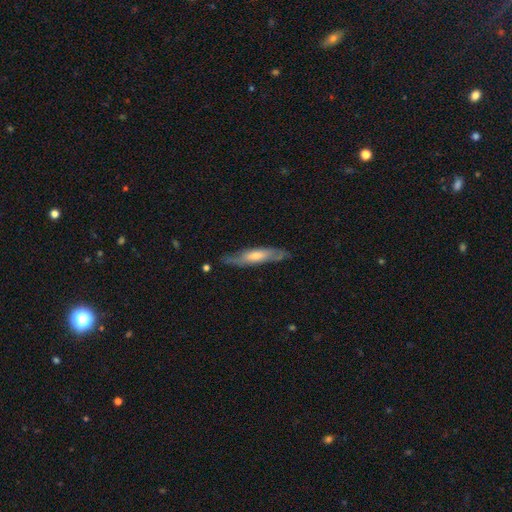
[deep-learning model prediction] Morphology: type=featured or disk (55%); edge-on=yes (61%); merging=none (74%).